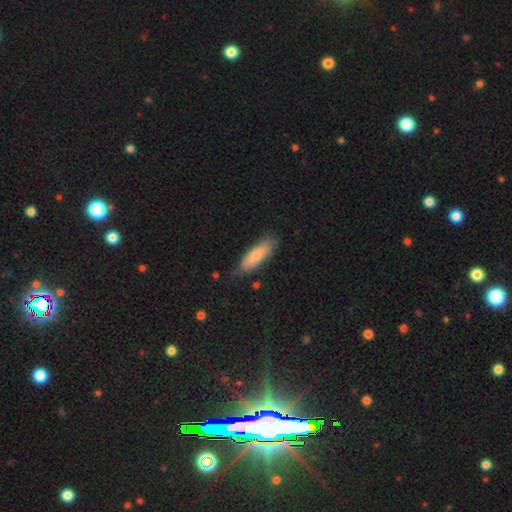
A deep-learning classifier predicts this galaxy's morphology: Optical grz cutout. It shows a smooth galaxy with no disk features (75%) that is in between round and cigar-shaped (53%). Merging: none (73%).